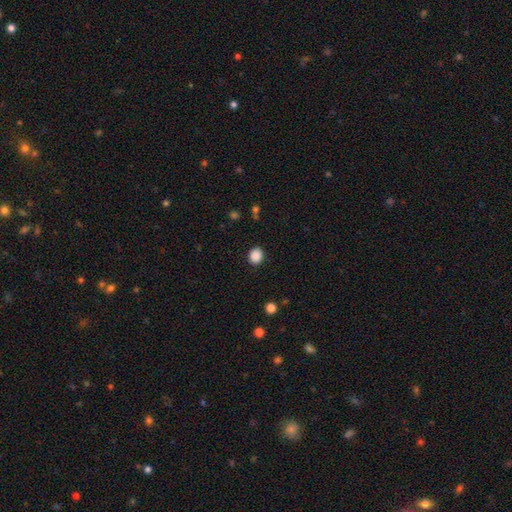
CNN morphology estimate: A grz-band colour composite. It shows a smooth galaxy with no disk features (88%) that is round (67%). Merging: none (89%).